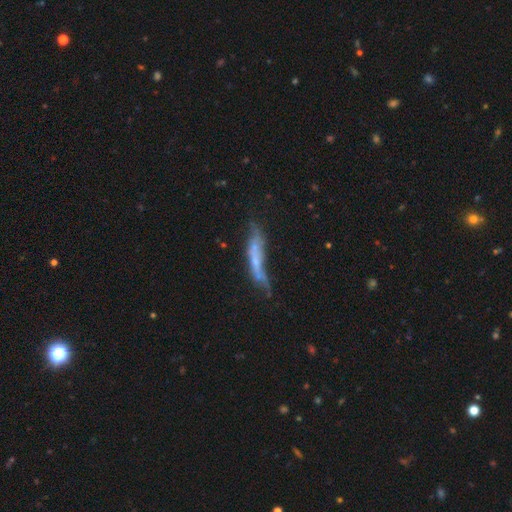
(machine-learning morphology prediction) Smooth or featured? Predicted: featured or disk (p=0.52). Edge-on disk? Predicted: yes (p=0.52). Merging? Predicted: none (p=0.36).